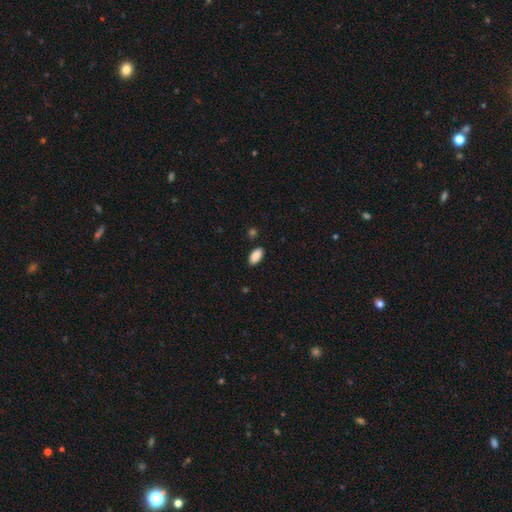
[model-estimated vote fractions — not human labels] This appears to be a smooth galaxy with no disk features (89%) that is in between round and cigar-shaped (93%). Merging: none (88%).